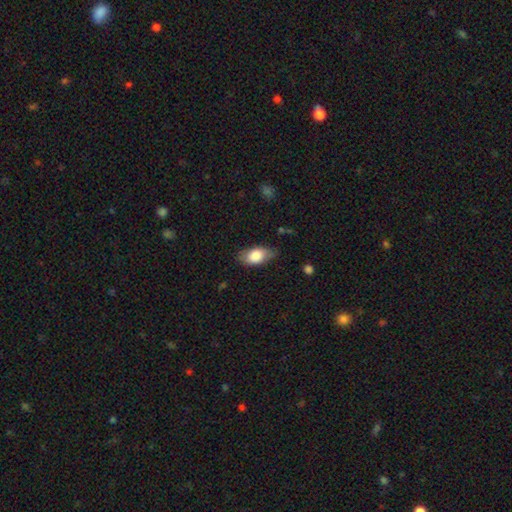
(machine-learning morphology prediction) This appears to be a smooth galaxy with no disk features (77%) that is in between round and cigar-shaped (91%). Merging: none (76%).